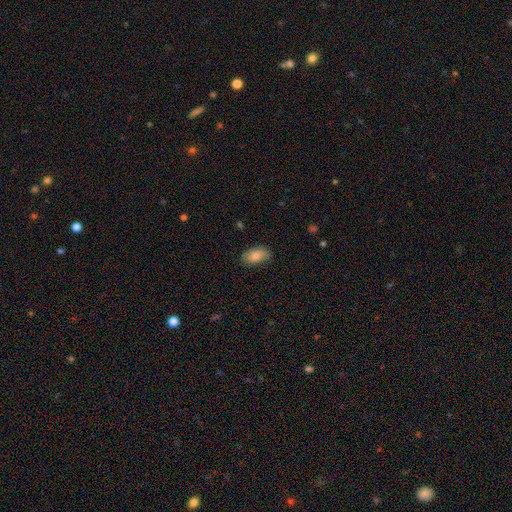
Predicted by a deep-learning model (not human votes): Smooth or featured?
  - smooth: 78% *
  - featured or disk: 15%
  - star or artifact: 7%
How rounded?
  - in between: 92% *
  - round: 5%
  - cigar-shaped: 2%
Merging?
  - none: 77% *
  - minor disturbance: 19%
  - major disturbance: 3%
  - merger: 1%